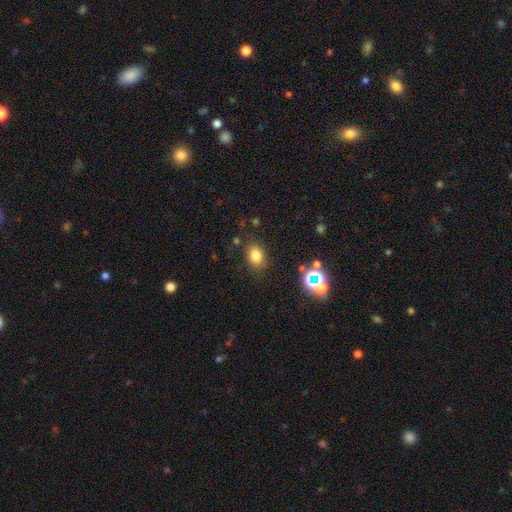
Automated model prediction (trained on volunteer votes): Smooth or featured?
  - smooth: 78% *
  - star or artifact: 14%
  - featured or disk: 8%
How rounded?
  - in between: 59% *
  - round: 40%
  - cigar-shaped: 1%
Merging?
  - none: 79% *
  - minor disturbance: 13%
  - major disturbance: 5%
  - merger: 3%